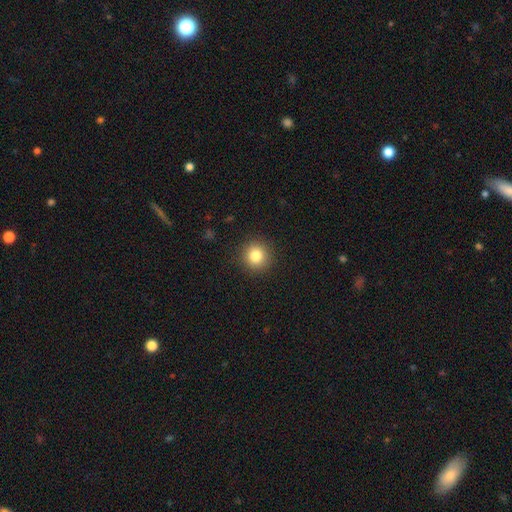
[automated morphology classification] A smooth galaxy with no disk features (82%) that is round (94%). Merging: none (91%).